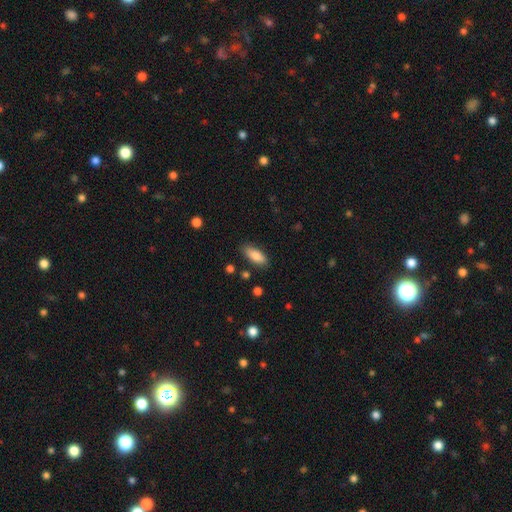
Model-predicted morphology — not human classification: Smooth or featured: smooth — 83% (featured or disk — 10%)
How rounded: in between — 79% (cigar-shaped — 19%)
Merging: none — 85% (minor disturbance — 11%)